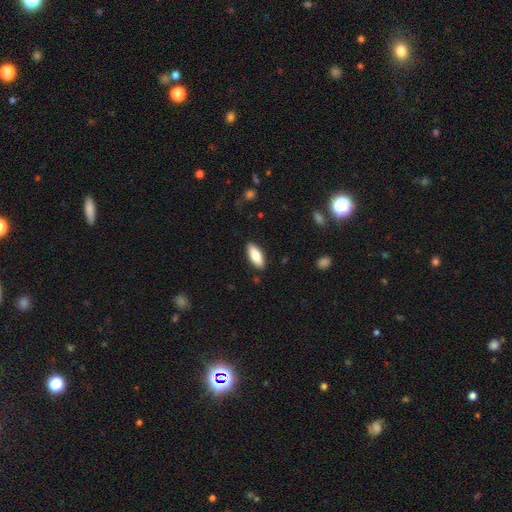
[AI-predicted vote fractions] Smooth or featured? smooth (84%)
How rounded? in between (77%)
Merging? none (88%)